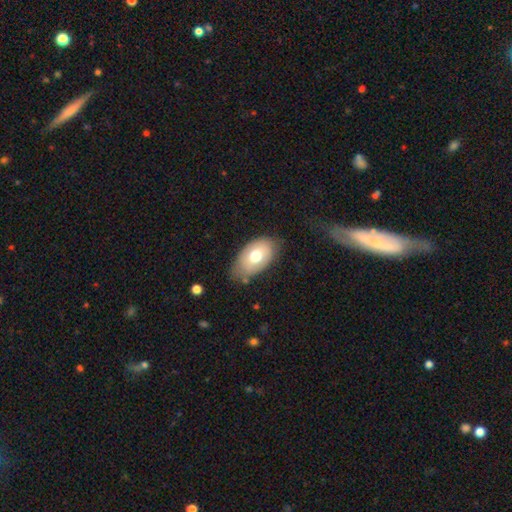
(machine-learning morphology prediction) type=smooth (67%); roundness=in between (92%); merging=none (69%).